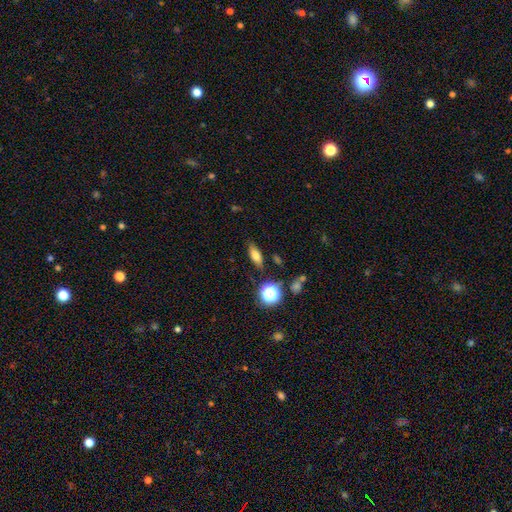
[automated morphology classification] Smooth or featured: smooth — 71% (featured or disk — 15%)
How rounded: in between — 65% (cigar-shaped — 25%)
Merging: none — 82% (minor disturbance — 12%)